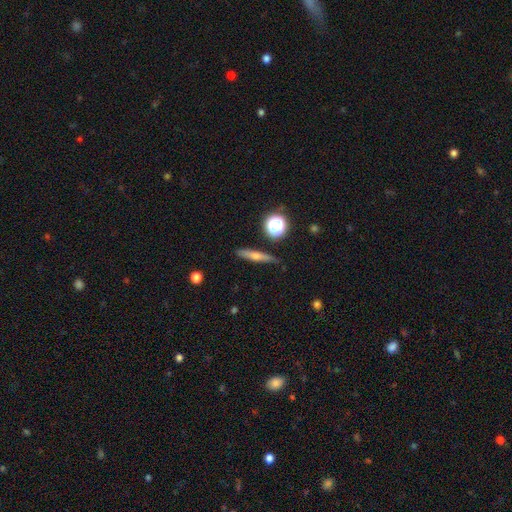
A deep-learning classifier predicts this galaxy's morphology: The model was most divided on "smooth or featured": featured or disk: 45%, smooth: 43%, star or artifact: 13%. More confident: merging — none (83%).